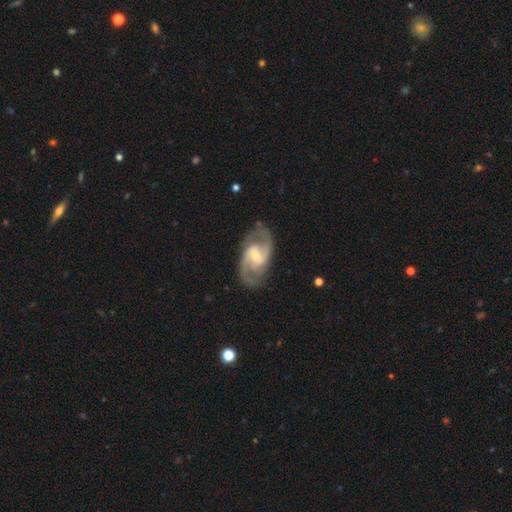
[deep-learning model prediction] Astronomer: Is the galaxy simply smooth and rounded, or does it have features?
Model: featured or disk — 90%.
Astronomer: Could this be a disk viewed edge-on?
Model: no — 97%.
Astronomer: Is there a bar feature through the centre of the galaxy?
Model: weak — 49% (runner-up: no, 33%).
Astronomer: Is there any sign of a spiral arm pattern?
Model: yes — 98%.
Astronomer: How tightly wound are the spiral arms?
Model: medium — 60%.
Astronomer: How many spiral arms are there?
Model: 2 — 88%.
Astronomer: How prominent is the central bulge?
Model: small — 54% (runner-up: moderate, 42%).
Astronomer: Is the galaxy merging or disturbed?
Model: none — 80%.